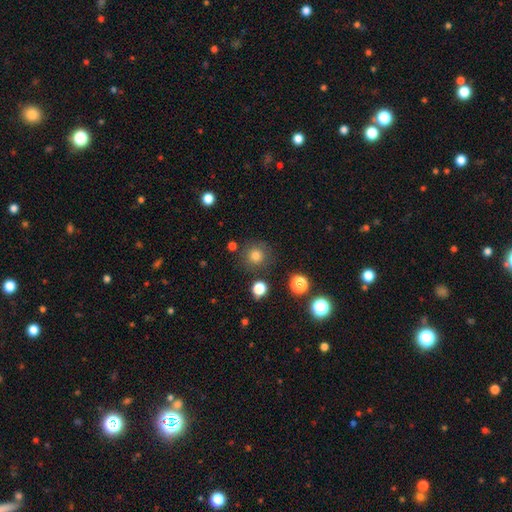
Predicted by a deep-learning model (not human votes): Smooth or featured? smooth (80%)
How rounded? round (93%)
Merging? none (84%)